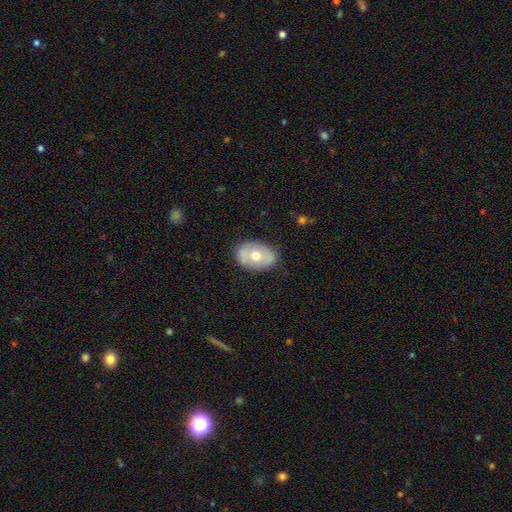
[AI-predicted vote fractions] A smooth galaxy with no disk features (51%) that is in between round and cigar-shaped (75%).

Vote fractions:
- Smooth or featured? smooth: 51% / featured or disk: 42% / star or artifact: 7%
- How rounded? in between: 75% / round: 23% / cigar-shaped: 1%
- Merging? none: 79% / minor disturbance: 16% / major disturbance: 4% / merger: 1%